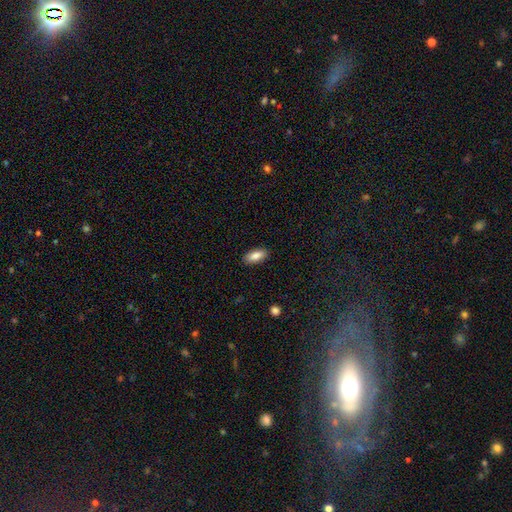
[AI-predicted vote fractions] smooth-or-featured: smooth: 86% | featured or disk: 8% | star or artifact: 7%
  how-rounded: in between: 86% | cigar-shaped: 12% | round: 2%
  merging: none: 89% | minor disturbance: 8% | major disturbance: 2% | merger: 1%